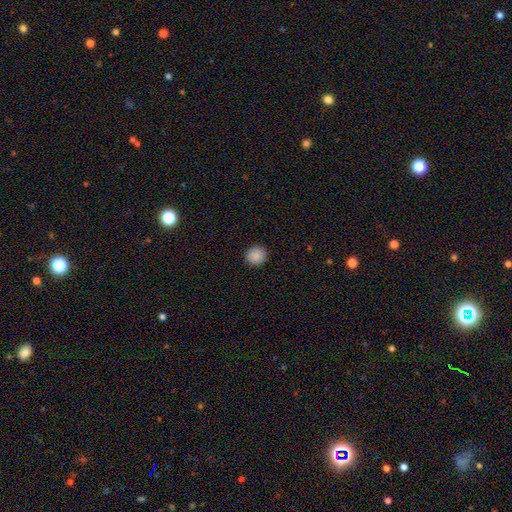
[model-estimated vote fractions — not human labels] The model was most divided on "smooth or featured": smooth: 89%, star or artifact: 8%, featured or disk: 3%. More confident: how rounded — round (94%); merging — none (93%).